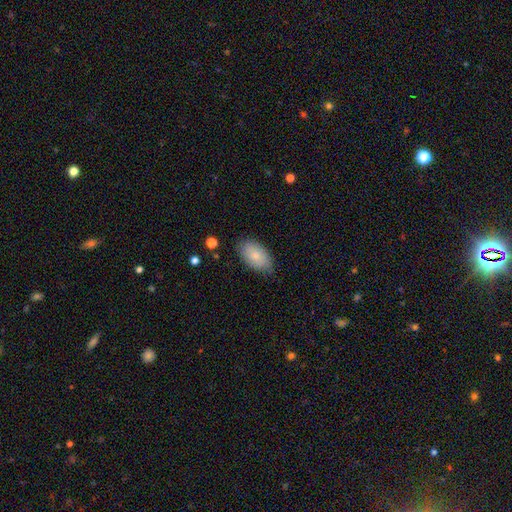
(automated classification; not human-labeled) Q: Smooth or featured?
A: smooth (82%); runner-up: featured or disk (11%)
Q: How rounded?
A: in between (94%); runner-up: round (4%)
Q: Merging?
A: none (79%); runner-up: minor disturbance (17%)